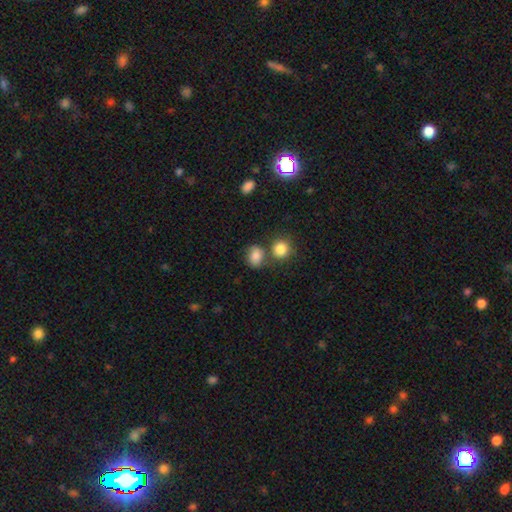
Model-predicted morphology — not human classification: A smooth galaxy with no disk features (82%) that is round (51%).

Vote fractions:
- Smooth or featured? smooth: 82% / star or artifact: 10% / featured or disk: 8%
- How rounded? round: 51% / in between: 48% / cigar-shaped: 1%
- Merging? none: 56% / merger: 24% / minor disturbance: 15% / major disturbance: 5%